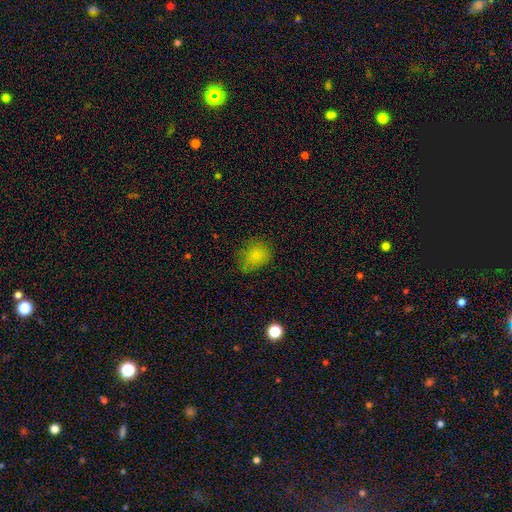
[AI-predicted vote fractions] The model was most divided on "how rounded": round: 56%, in between: 43%, cigar-shaped: 1%. More confident: smooth or featured — smooth (80%); merging — none (61%).